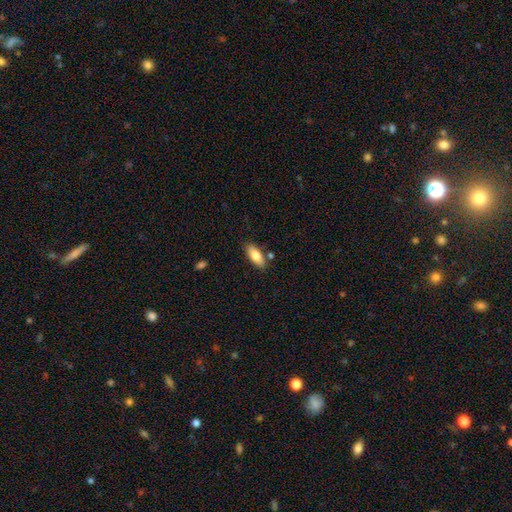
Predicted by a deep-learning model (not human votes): A smooth galaxy with no disk features (81%) that is in between round and cigar-shaped (81%). Merging: none (81%).